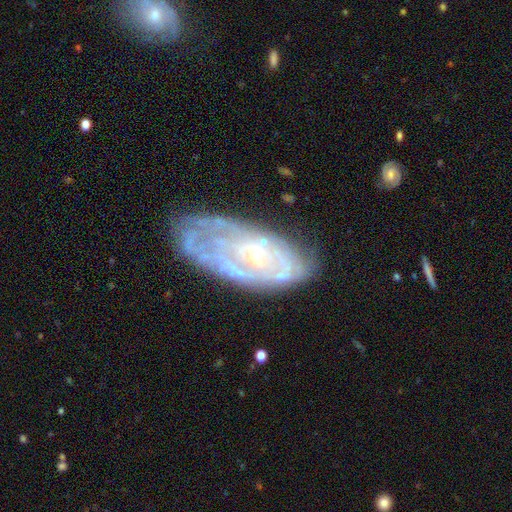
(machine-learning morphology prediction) This appears to be a featured or disk galaxy (74%) with no bar (74%), spiral arms (59%) and a small central bulge (69%). Merging: none (56%).